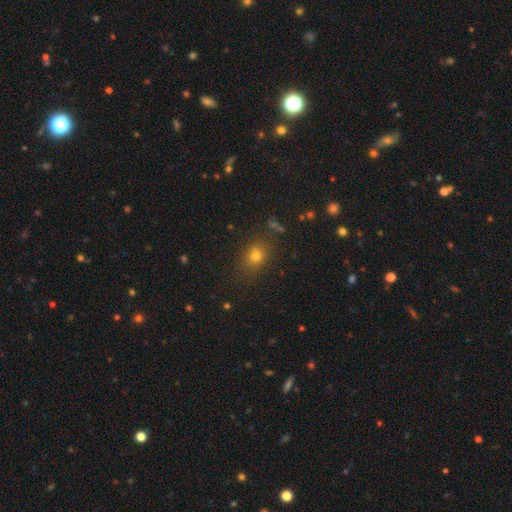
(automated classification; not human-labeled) Smooth or featured? smooth (71%)
How rounded? round (55%)
Merging? none (82%)